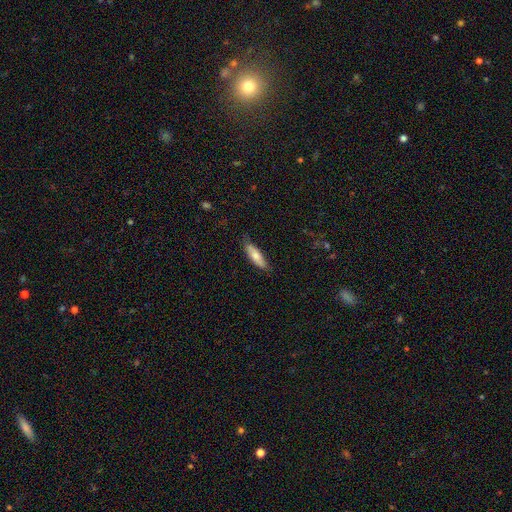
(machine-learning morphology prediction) A smooth galaxy with no disk features (73%) that is cigar-shaped (58%). Merging: none (78%).